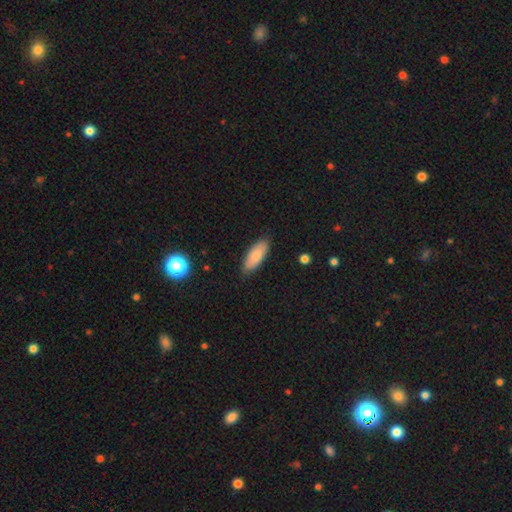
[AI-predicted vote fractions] A smooth galaxy with no disk features (84%) that is in between round and cigar-shaped (76%).

Vote fractions:
- Smooth or featured? smooth: 84% / featured or disk: 10% / star or artifact: 6%
- How rounded? in between: 76% / cigar-shaped: 22% / round: 2%
- Merging? none: 86% / minor disturbance: 11% / major disturbance: 2% / merger: 1%